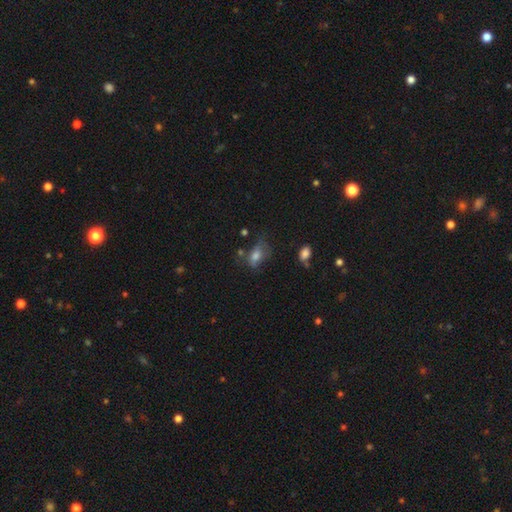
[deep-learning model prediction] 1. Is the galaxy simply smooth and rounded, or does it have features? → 65% smooth, 22% featured or disk, 13% star or artifact.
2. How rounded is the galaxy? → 81% in between, 14% round, 5% cigar-shaped.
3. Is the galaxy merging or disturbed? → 44% none, 29% minor disturbance, 21% major disturbance, 6% merger.